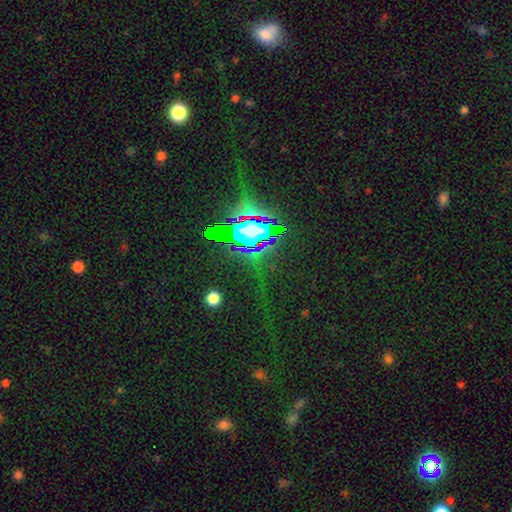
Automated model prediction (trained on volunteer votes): smooth_or_featured: star or artifact (p=0.79) [alt: featured or disk p=0.11]